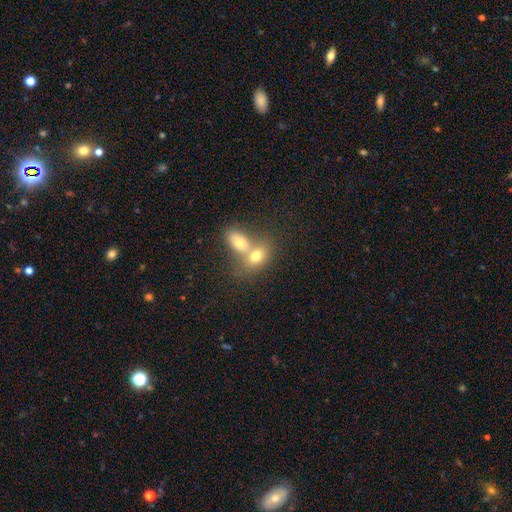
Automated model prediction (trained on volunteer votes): This appears to be a smooth galaxy with no disk features (59%) that is round (52%). Merging: merger (65%).